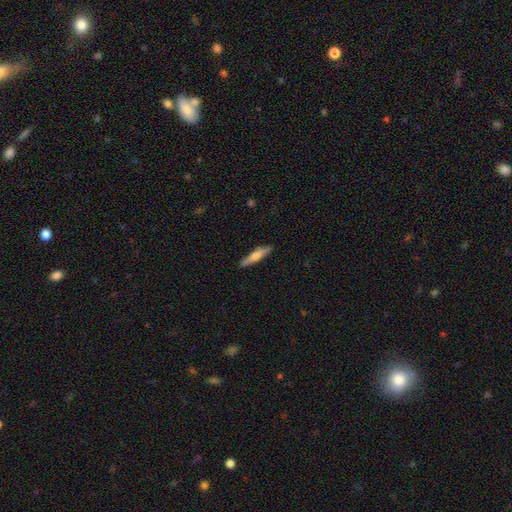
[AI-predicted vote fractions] Smooth or featured? smooth (52%)
How rounded? cigar-shaped (86%)
Merging? none (89%)